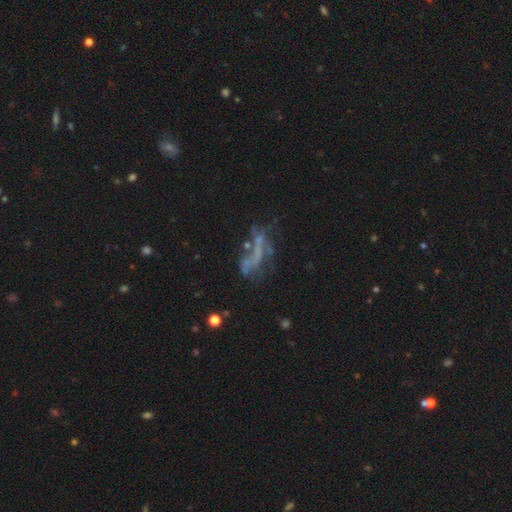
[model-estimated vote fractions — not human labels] A featured or disk galaxy (55%).

Vote fractions:
- Smooth or featured? featured or disk: 55% / star or artifact: 23% / smooth: 22%
- Edge-on disk? no: 90% / yes: 10%
- Merging? major disturbance: 35% / none: 33% / merger: 17% / minor disturbance: 16%